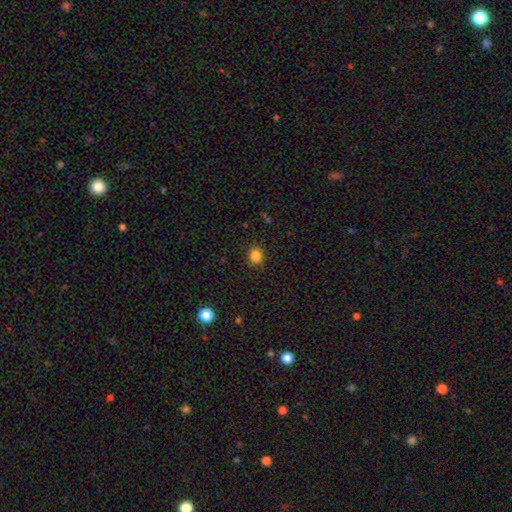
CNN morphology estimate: A smooth galaxy with no disk features (84%) that is round (69%).

Vote fractions:
- Smooth or featured? smooth: 84% / star or artifact: 12% / featured or disk: 4%
- How rounded? round: 69% / in between: 30% / cigar-shaped: 1%
- Merging? none: 90% / minor disturbance: 7% / major disturbance: 2% / merger: 1%